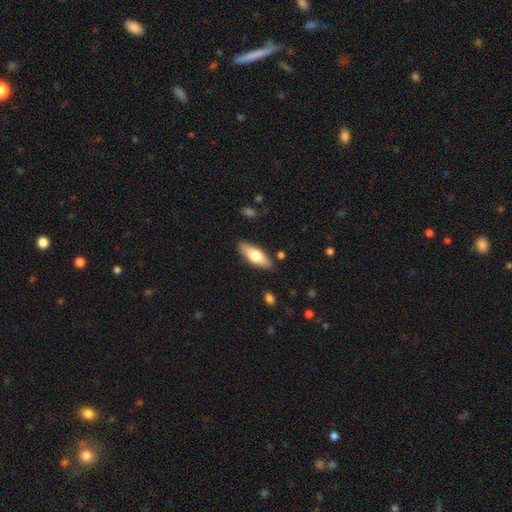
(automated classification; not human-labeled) smooth 68%, featured or disk 27%, star or artifact 6%. Down the decision tree: how rounded — in between (68%); merging — none (86%).